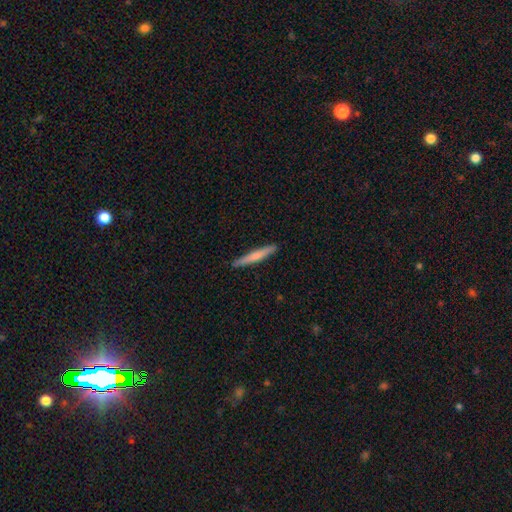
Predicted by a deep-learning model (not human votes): Smooth or featured: smooth — 59% (featured or disk — 36%)
How rounded: cigar-shaped — 95% (in between — 4%)
Merging: none — 91% (minor disturbance — 7%)